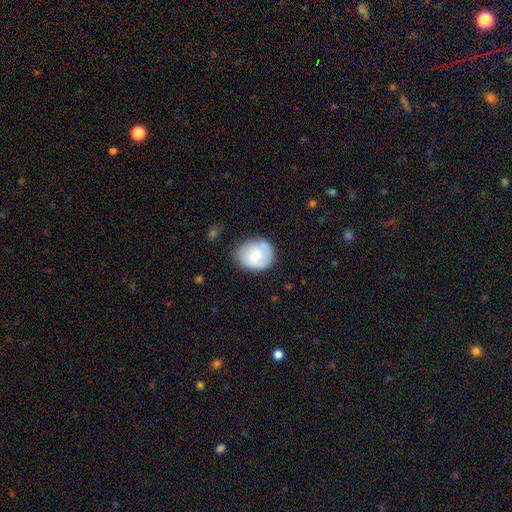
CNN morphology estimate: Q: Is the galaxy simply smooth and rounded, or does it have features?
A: smooth — 52%.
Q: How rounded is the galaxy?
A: round — 63%.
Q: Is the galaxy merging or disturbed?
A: none — 67%.